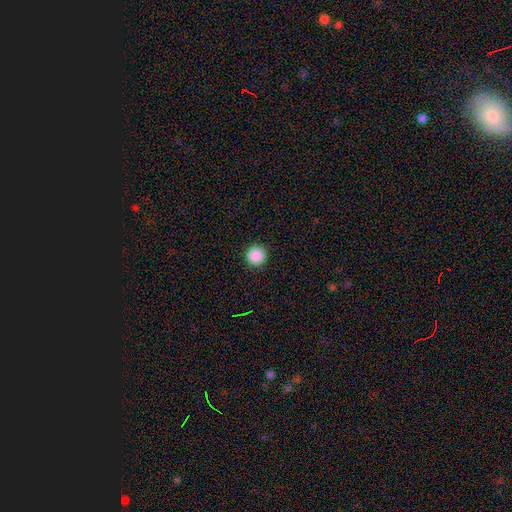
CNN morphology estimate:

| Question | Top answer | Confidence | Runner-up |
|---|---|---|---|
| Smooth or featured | smooth | 89% | star or artifact (9%) |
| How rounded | round | 96% | in between (3%) |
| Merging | none | 93% | minor disturbance (5%) |